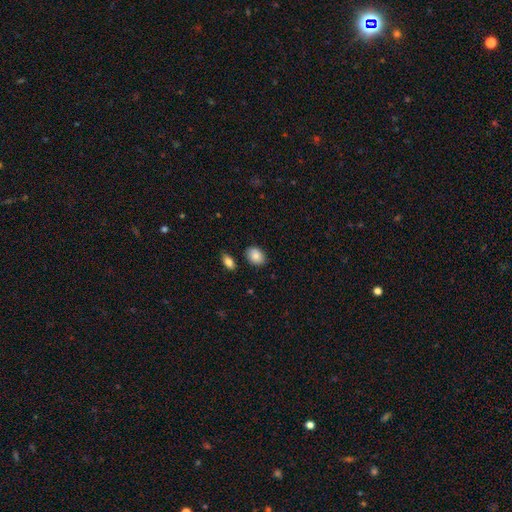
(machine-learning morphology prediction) A smooth galaxy with no disk features (86%) that is in between round and cigar-shaped (68%). Merging: none (82%).